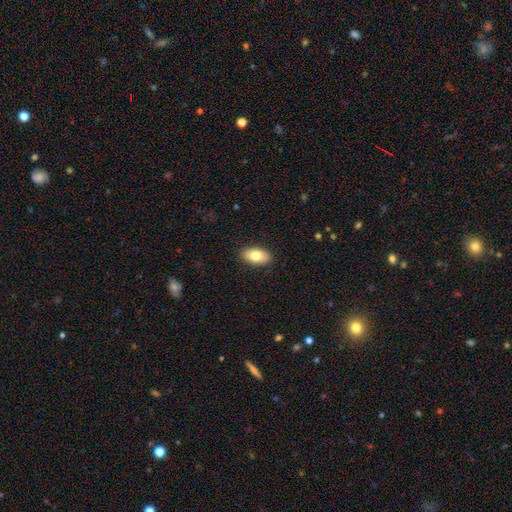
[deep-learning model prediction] smooth_or_featured: smooth (p=0.79) [alt: featured or disk p=0.14]
how_rounded: in between (p=0.93) [alt: round p=0.04]
merging: none (p=0.90) [alt: minor disturbance p=0.08]